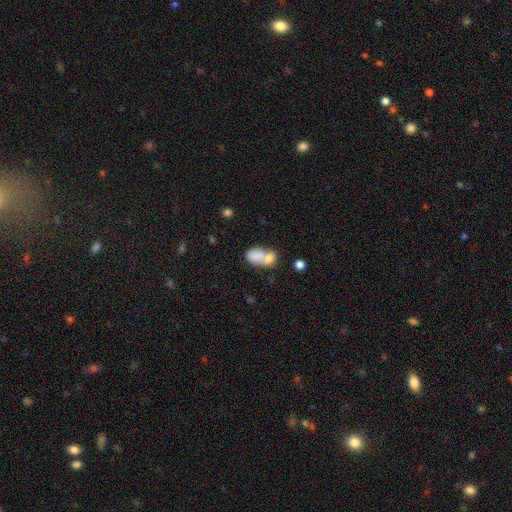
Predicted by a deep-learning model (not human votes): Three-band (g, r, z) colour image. It shows a smooth galaxy with no disk features (77%) that is in between round and cigar-shaped (81%). Merging: merger (65%).